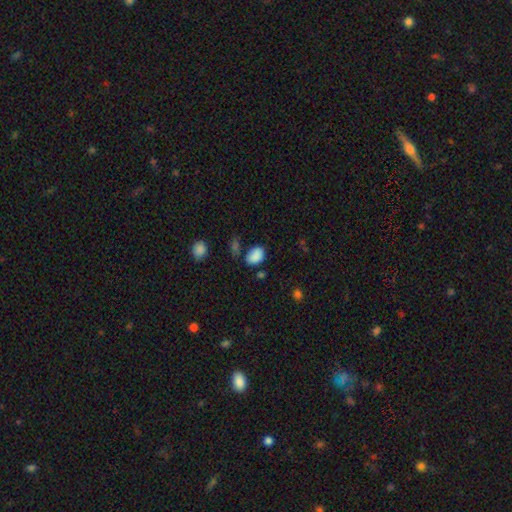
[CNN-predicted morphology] type=smooth (86%); roundness=in between (81%); merging=none (67%).